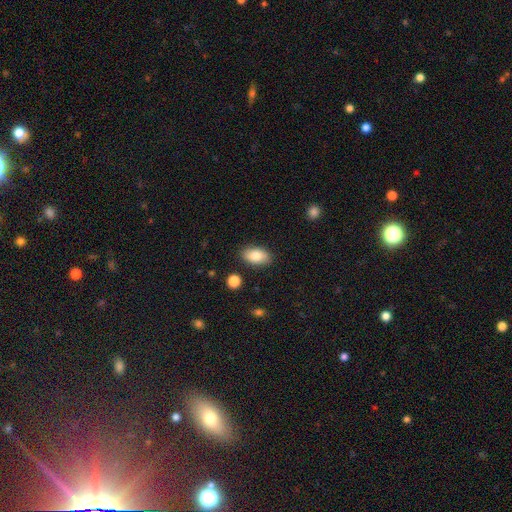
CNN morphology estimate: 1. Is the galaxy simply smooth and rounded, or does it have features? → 83% smooth, 10% featured or disk, 7% star or artifact.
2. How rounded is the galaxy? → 92% in between, 5% round, 2% cigar-shaped.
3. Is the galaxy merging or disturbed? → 87% none, 10% minor disturbance, 2% major disturbance, 2% merger.